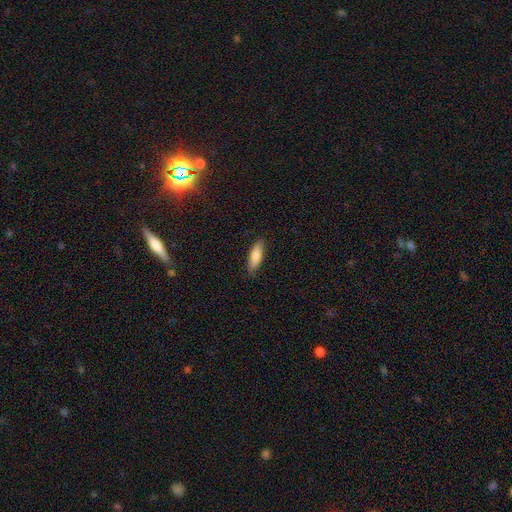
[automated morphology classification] Overall: smooth (81%). How rounded: cigar-shaped (50%; in between 48%). Merging: none (85%).